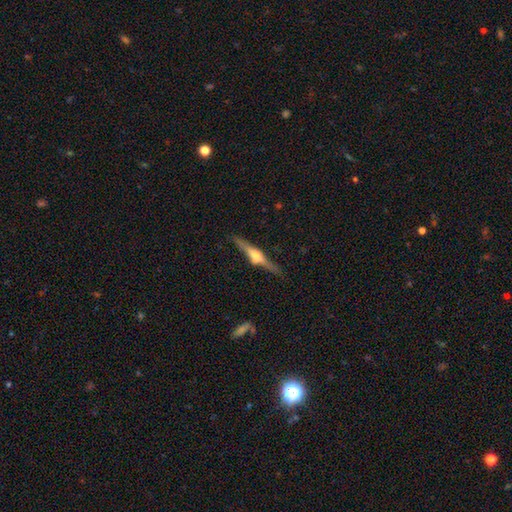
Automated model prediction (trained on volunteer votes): Overall: featured or disk (75%). Edge-on disk: yes (97%). Edge-on bulge: rounded (87%). Merging: none (85%).